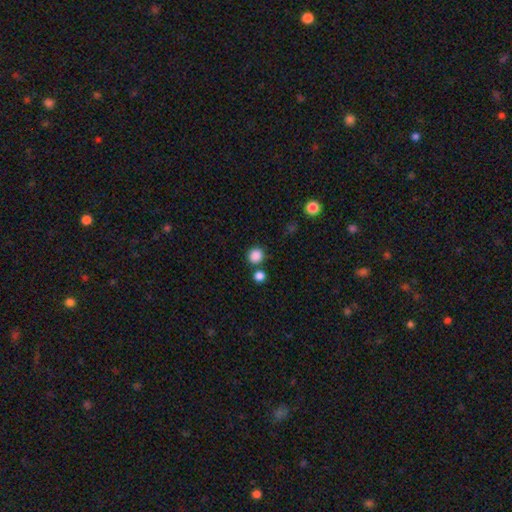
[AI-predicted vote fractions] This appears to be a smooth galaxy with no disk features (86%) that is round (89%). Merging: none (75%).